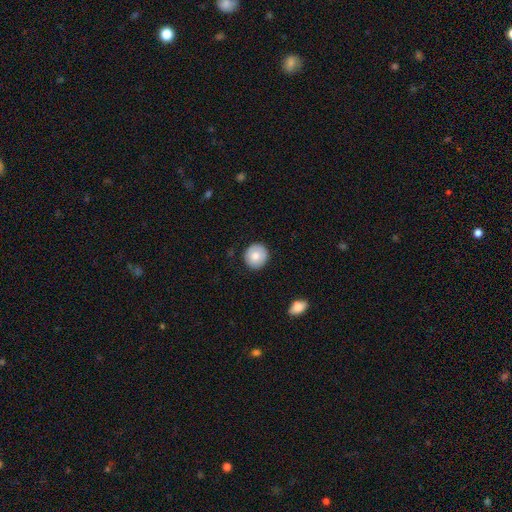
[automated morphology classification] This is likely a smooth galaxy (78%). How rounded: clearly round (91%). Merging: clearly none (88%).